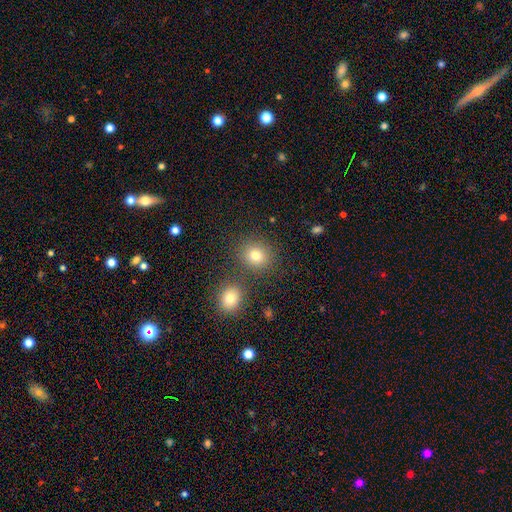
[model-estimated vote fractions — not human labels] smooth_or_featured: smooth (p=0.78) [alt: star or artifact p=0.15]
how_rounded: round (p=0.80) [alt: in between p=0.19]
merging: none (p=0.80) [alt: merger p=0.09]